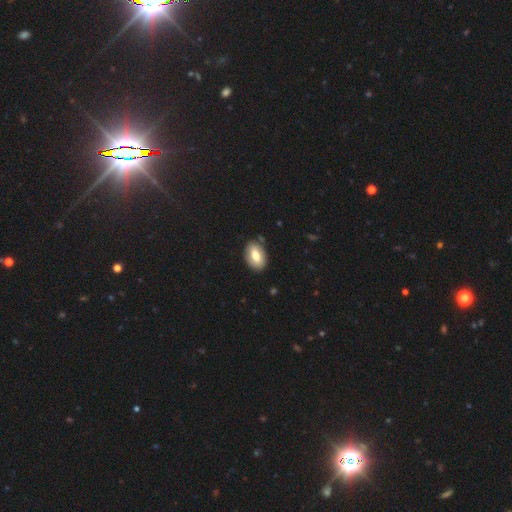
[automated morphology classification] type=smooth (73%); roundness=in between (91%); merging=none (81%).